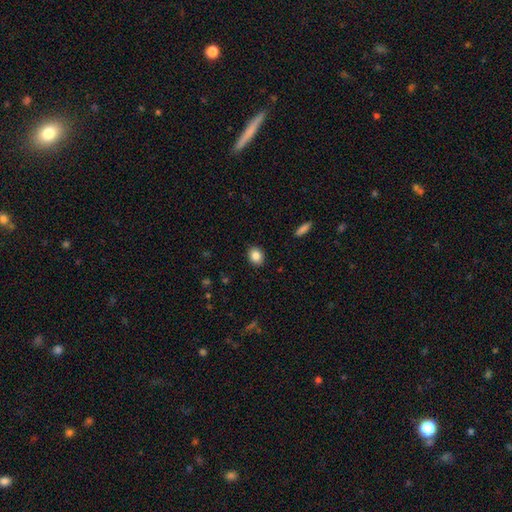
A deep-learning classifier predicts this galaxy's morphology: smooth 85%, star or artifact 9%, featured or disk 6%. Down the decision tree: how rounded — round (50%); merging — none (90%).